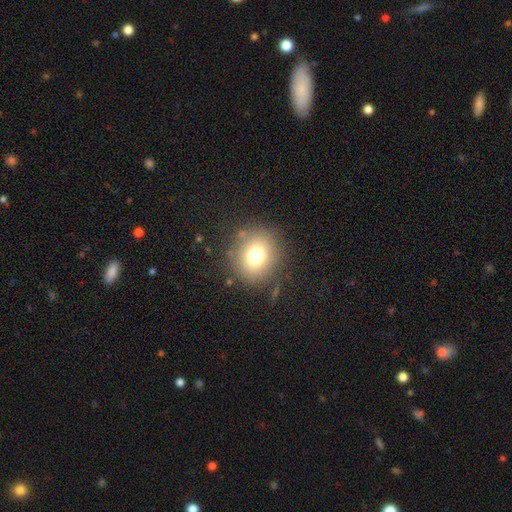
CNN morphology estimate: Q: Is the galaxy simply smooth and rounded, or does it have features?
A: smooth — 75%.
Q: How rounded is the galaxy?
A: round — 81%.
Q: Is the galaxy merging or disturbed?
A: none — 83%.